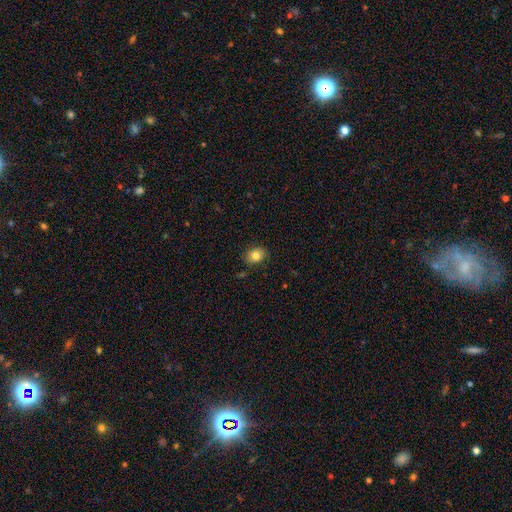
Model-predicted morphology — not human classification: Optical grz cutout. It shows a smooth galaxy with no disk features (83%) that is in between round and cigar-shaped (53%). Merging: none (85%).